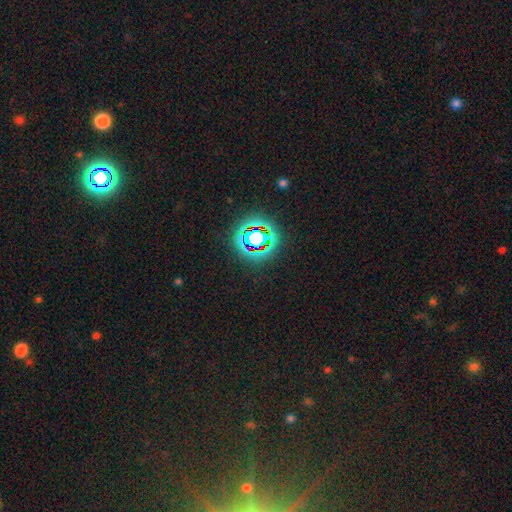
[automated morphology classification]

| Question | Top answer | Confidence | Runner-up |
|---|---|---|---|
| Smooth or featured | star or artifact | 76% | smooth (15%) |